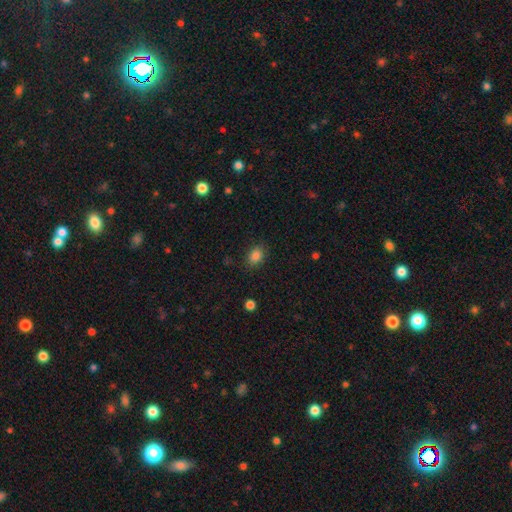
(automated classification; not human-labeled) Overall: smooth (85%). How rounded: in between (72%). Merging: none (85%).